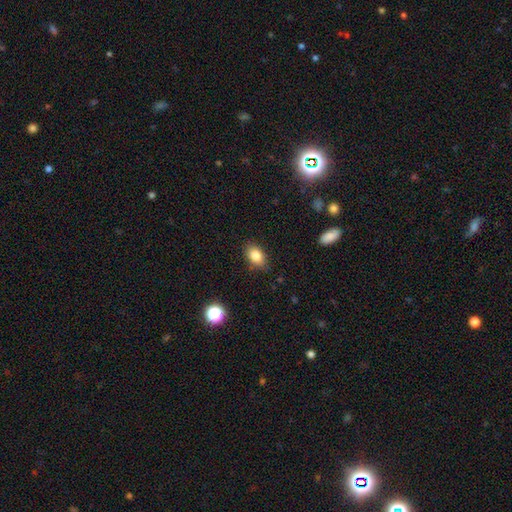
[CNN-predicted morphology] Smooth or featured?
  - smooth: 84% *
  - star or artifact: 9%
  - featured or disk: 7%
How rounded?
  - in between: 84% *
  - round: 14%
  - cigar-shaped: 2%
Merging?
  - none: 85% *
  - minor disturbance: 12%
  - major disturbance: 3%
  - merger: 1%